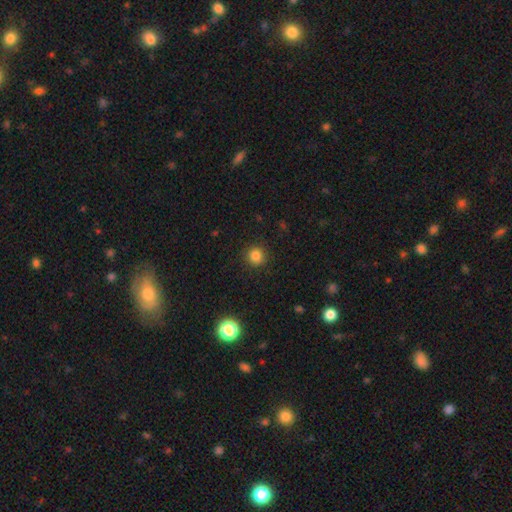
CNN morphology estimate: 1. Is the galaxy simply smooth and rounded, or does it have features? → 82% smooth, 14% star or artifact, 4% featured or disk.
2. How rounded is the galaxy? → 93% round, 6% in between, 1% cigar-shaped.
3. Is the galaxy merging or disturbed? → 90% none, 6% minor disturbance, 2% major disturbance, 1% merger.